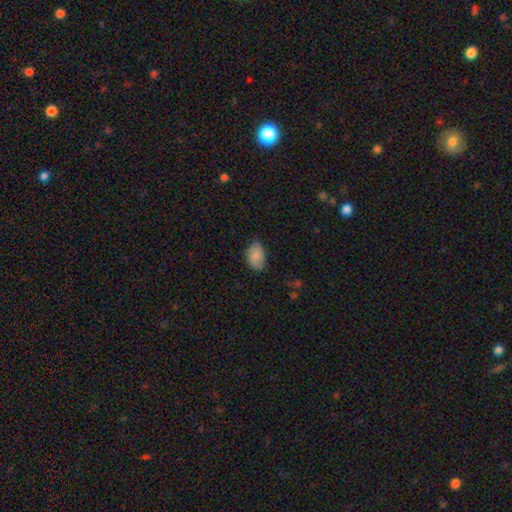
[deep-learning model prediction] smooth-or-featured: smooth: 85% | featured or disk: 8% | star or artifact: 7%
  how-rounded: in between: 87% | round: 11% | cigar-shaped: 1%
  merging: none: 72% | minor disturbance: 23% | major disturbance: 4% | merger: 1%